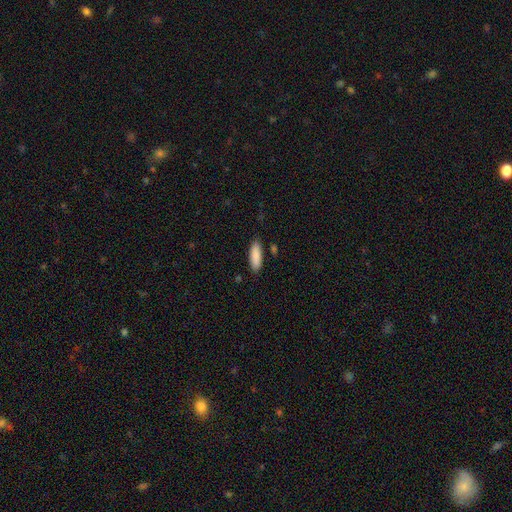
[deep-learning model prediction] Morphology: type=smooth (89%); roundness=in between (58%); merging=none (84%).